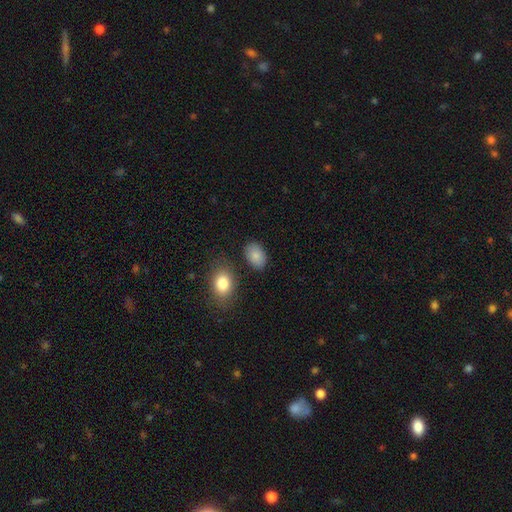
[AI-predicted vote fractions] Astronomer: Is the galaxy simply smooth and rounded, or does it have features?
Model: smooth — 86%.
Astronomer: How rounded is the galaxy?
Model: in between — 86%.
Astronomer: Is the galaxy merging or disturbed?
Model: none — 80%.